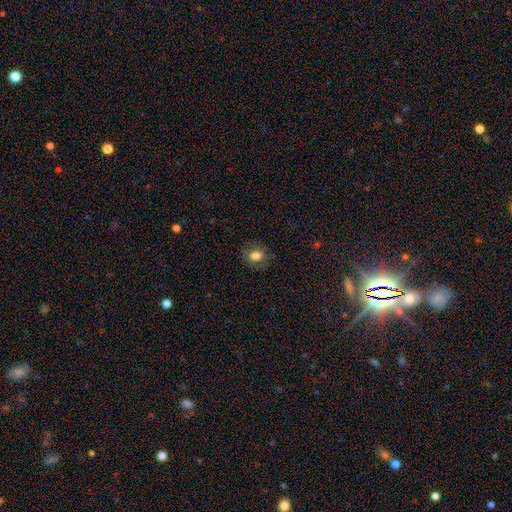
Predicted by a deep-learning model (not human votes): smooth_or_featured: smooth (p=0.75) [alt: featured or disk p=0.14]
how_rounded: round (p=0.53) [alt: in between p=0.46]
merging: none (p=0.81) [alt: minor disturbance p=0.13]